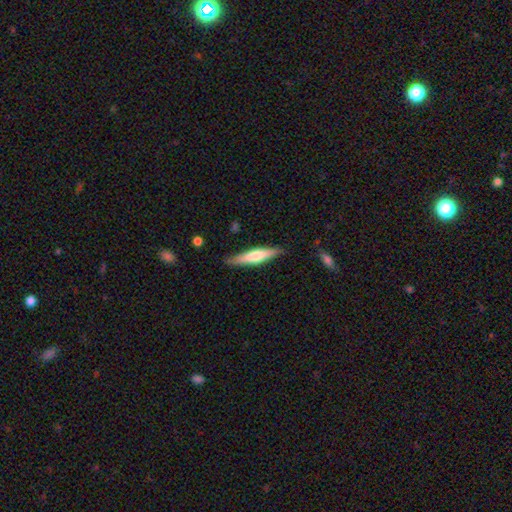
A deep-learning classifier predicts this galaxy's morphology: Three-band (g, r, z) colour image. It shows a smooth galaxy with no disk features (54%) that is cigar-shaped (83%). Merging: none (85%).